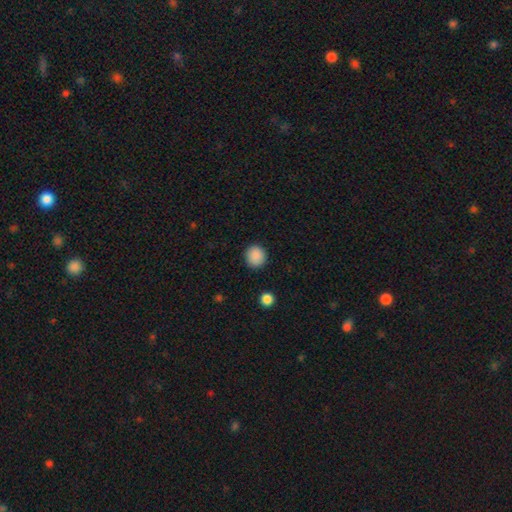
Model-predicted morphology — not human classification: smooth_or_featured: smooth (p=0.89) [alt: star or artifact p=0.09]
how_rounded: round (p=0.91) [alt: in between p=0.08]
merging: none (p=0.91) [alt: minor disturbance p=0.06]